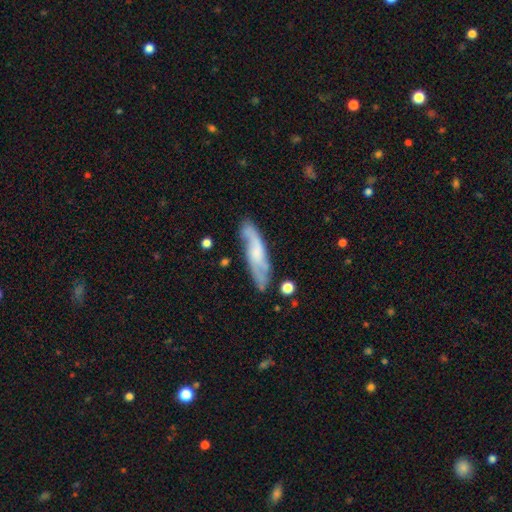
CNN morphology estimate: type=featured or disk (58%); edge-on=no (76%); merging=none (67%).